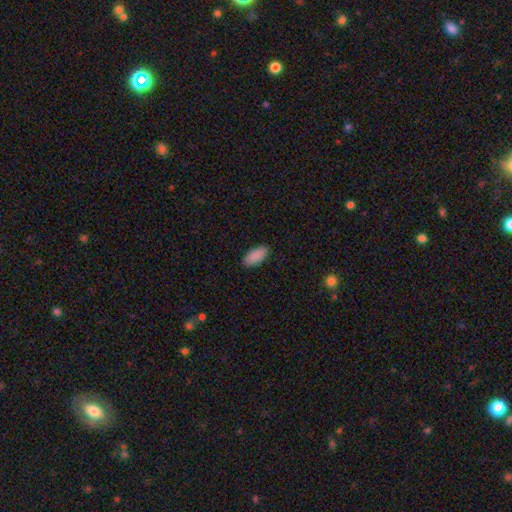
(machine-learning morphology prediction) Q: Smooth or featured?
A: smooth (90%); runner-up: star or artifact (7%)
Q: How rounded?
A: in between (90%); runner-up: cigar-shaped (8%)
Q: Merging?
A: none (88%); runner-up: minor disturbance (9%)